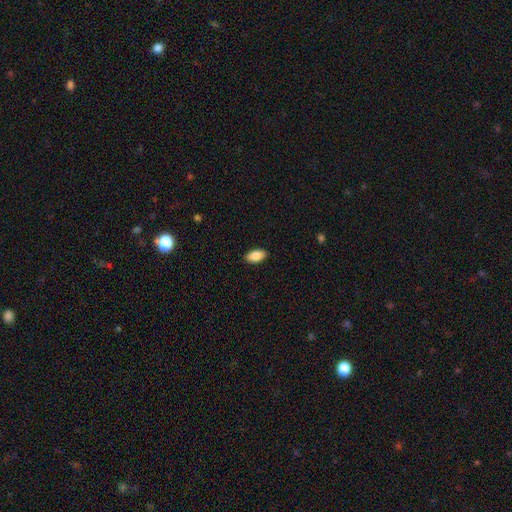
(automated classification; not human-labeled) Q: Smooth or featured?
A: smooth (86%); runner-up: featured or disk (7%)
Q: How rounded?
A: in between (93%); runner-up: round (3%)
Q: Merging?
A: none (89%); runner-up: minor disturbance (8%)